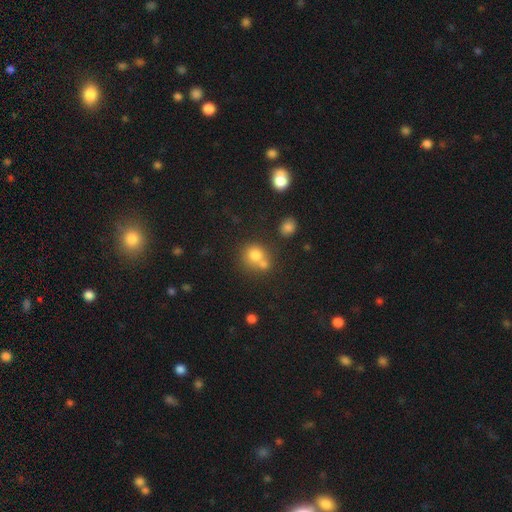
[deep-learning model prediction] smooth-or-featured: smooth: 73% | star or artifact: 15% | featured or disk: 12%
  how-rounded: round: 84% | in between: 15% | cigar-shaped: 1%
  merging: none: 47% | merger: 41% | minor disturbance: 8% | major disturbance: 3%